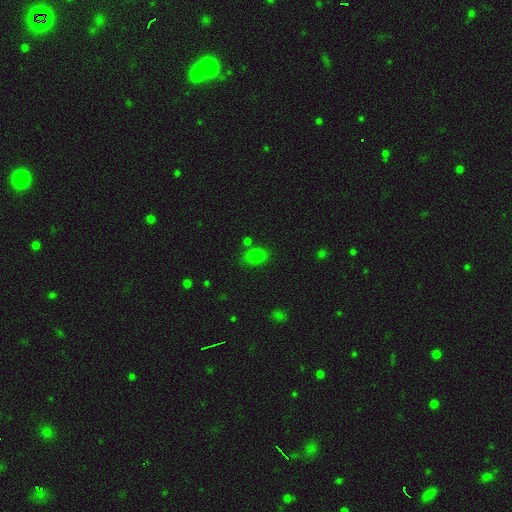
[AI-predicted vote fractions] A smooth galaxy with no disk features (80%) that is in between round and cigar-shaped (60%). Merging: none (75%).